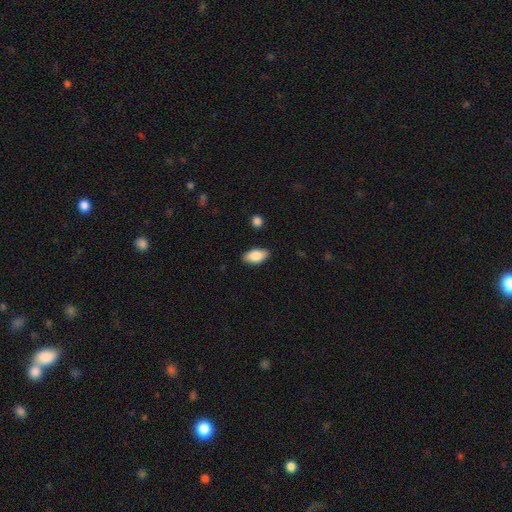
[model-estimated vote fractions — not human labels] Morphology: type=smooth (84%); roundness=in between (91%); merging=none (86%).